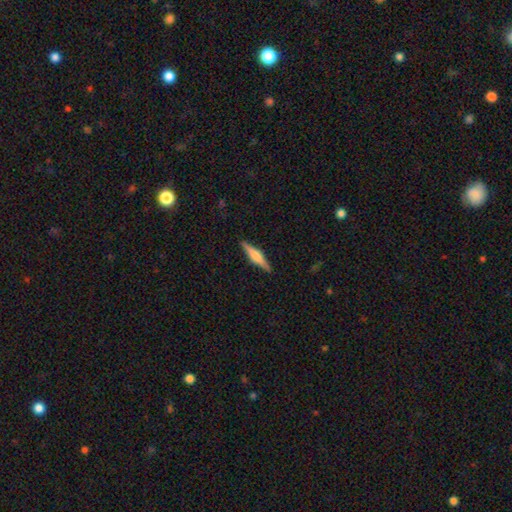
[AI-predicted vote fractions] Smooth or featured: featured or disk — 58% (smooth — 36%)
Edge-on disk: yes — 97% (no — 3%)
Edge-on bulge: rounded — 74% (boxy — 19%)
Merging: none — 91% (minor disturbance — 7%)